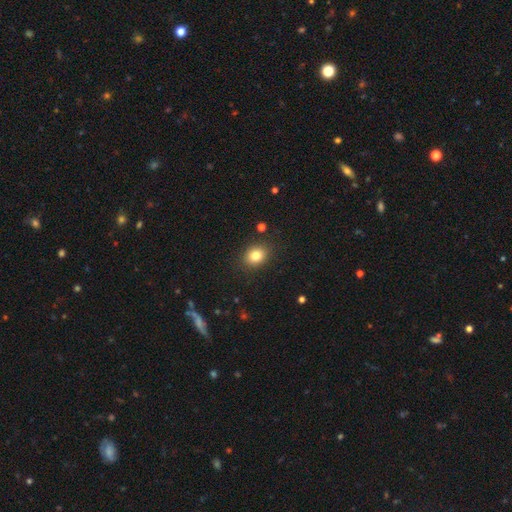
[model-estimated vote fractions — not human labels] smooth 81%, star or artifact 11%, featured or disk 8%. Down the decision tree: how rounded — round (52%); merging — none (87%).